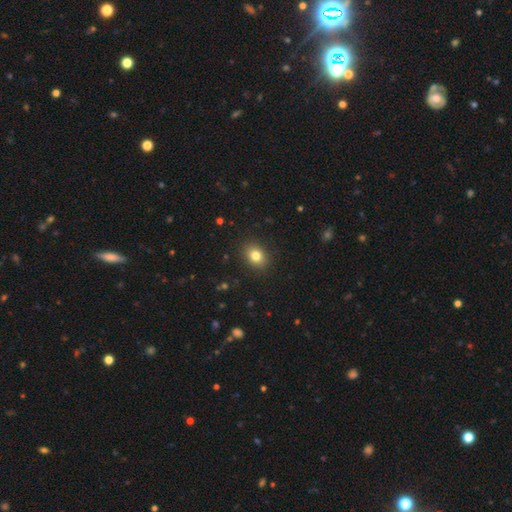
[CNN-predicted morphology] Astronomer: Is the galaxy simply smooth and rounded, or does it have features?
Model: smooth — 82%.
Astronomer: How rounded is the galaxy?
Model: in between — 51% (runner-up: round, 48%).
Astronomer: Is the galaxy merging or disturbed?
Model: none — 89%.